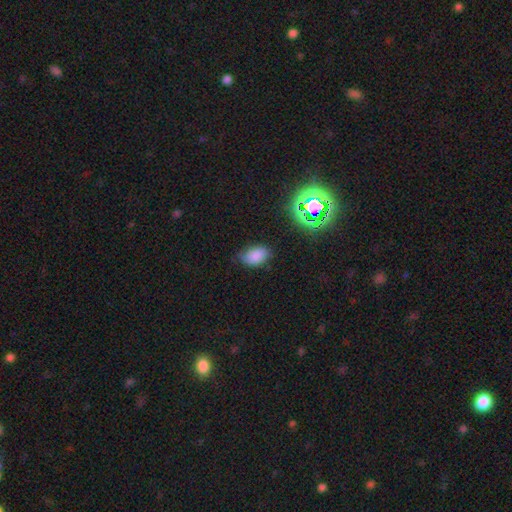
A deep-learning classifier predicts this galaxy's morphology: Smooth or featured?
  - smooth: 79% *
  - star or artifact: 14%
  - featured or disk: 7%
How rounded?
  - in between: 88% *
  - round: 11%
  - cigar-shaped: 1%
Merging?
  - none: 68% *
  - minor disturbance: 25%
  - major disturbance: 5%
  - merger: 2%